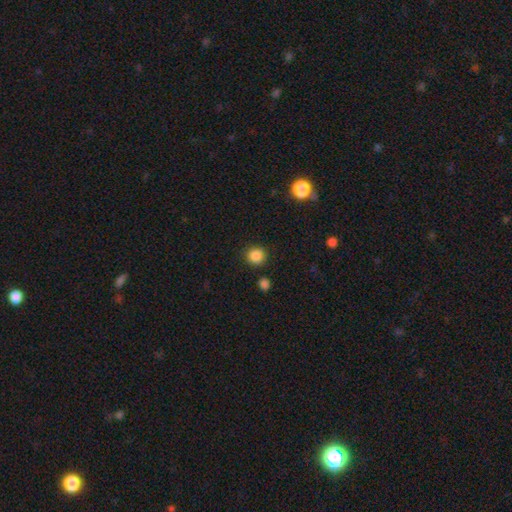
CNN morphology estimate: A smooth galaxy with no disk features (86%) that is round (92%). Merging: none (89%).